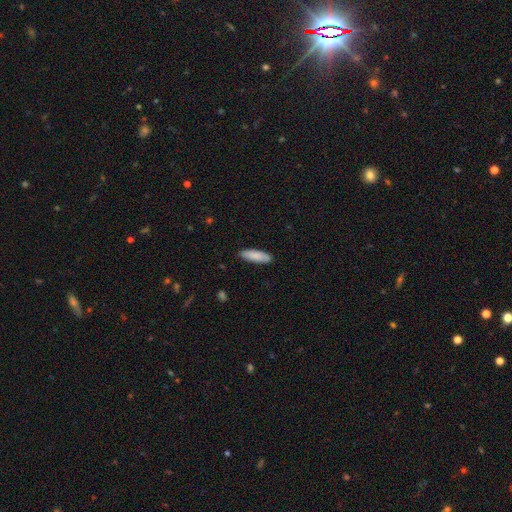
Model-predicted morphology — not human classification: Q: Smooth or featured?
A: smooth (88%); runner-up: featured or disk (7%)
Q: How rounded?
A: cigar-shaped (50%); runner-up: in between (48%)
Q: Merging?
A: none (88%); runner-up: minor disturbance (10%)